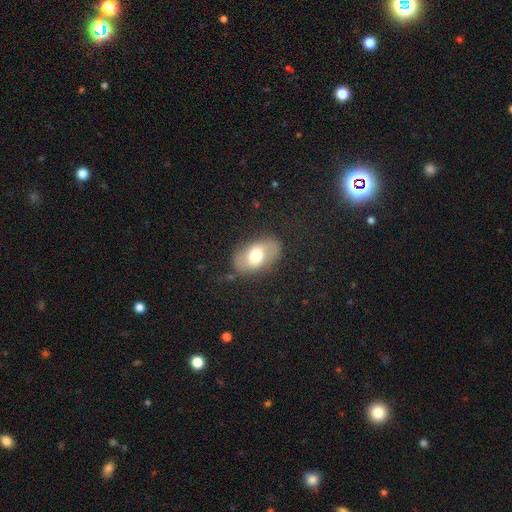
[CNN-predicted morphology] This appears to be a smooth galaxy with no disk features (61%) that is in between round and cigar-shaped (88%). Merging: none (76%).